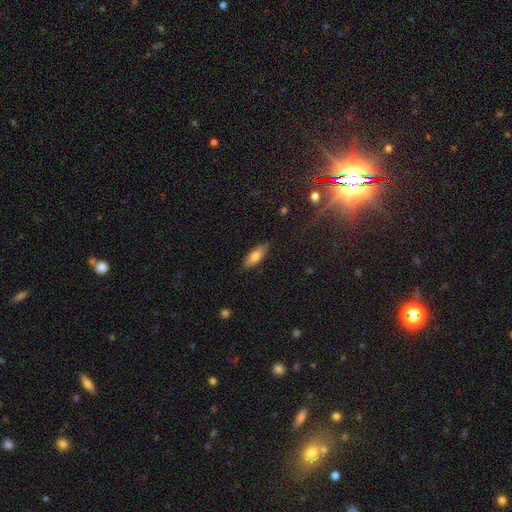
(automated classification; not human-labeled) This is likely a smooth galaxy (77%). How rounded: likely in between (72%). Merging: clearly none (84%).